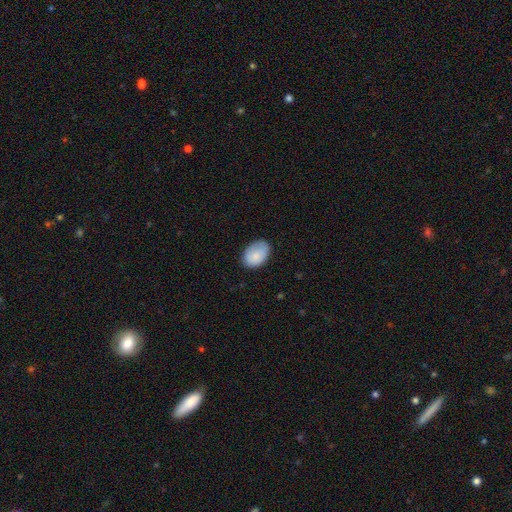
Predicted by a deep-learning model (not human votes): smooth_or_featured: smooth (p=0.83) [alt: featured or disk p=0.11]
how_rounded: in between (p=0.84) [alt: round p=0.15]
merging: none (p=0.75) [alt: minor disturbance p=0.20]